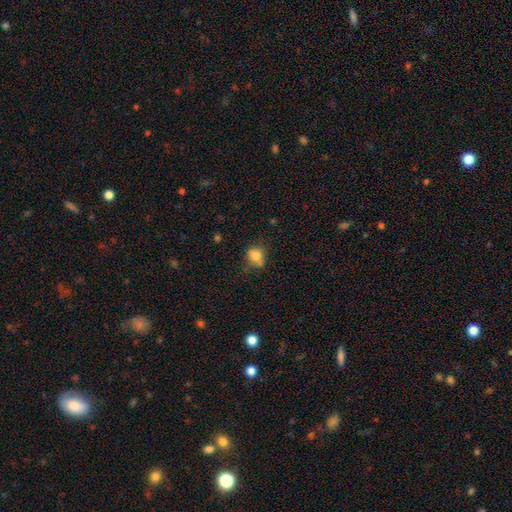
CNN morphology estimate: smooth_or_featured: smooth (p=0.77) [alt: featured or disk p=0.12]
how_rounded: round (p=0.64) [alt: in between p=0.35]
merging: none (p=0.55) [alt: minor disturbance p=0.24]